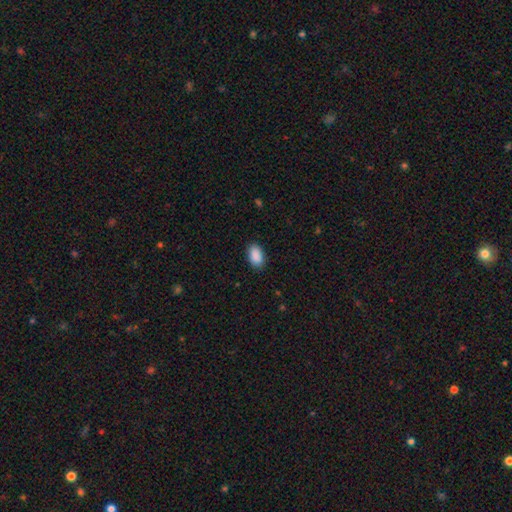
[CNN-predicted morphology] Q: Smooth or featured?
A: smooth (91%); runner-up: star or artifact (7%)
Q: How rounded?
A: in between (92%); runner-up: round (6%)
Q: Merging?
A: none (87%); runner-up: minor disturbance (9%)